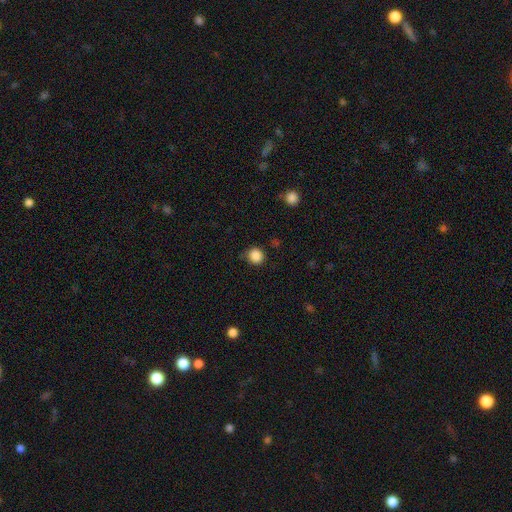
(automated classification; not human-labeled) A smooth galaxy with no disk features (87%) that is round (89%).

Vote fractions:
- Smooth or featured? smooth: 87% / star or artifact: 10% / featured or disk: 3%
- How rounded? round: 89% / in between: 10% / cigar-shaped: 1%
- Merging? none: 80% / minor disturbance: 15% / major disturbance: 4% / merger: 2%